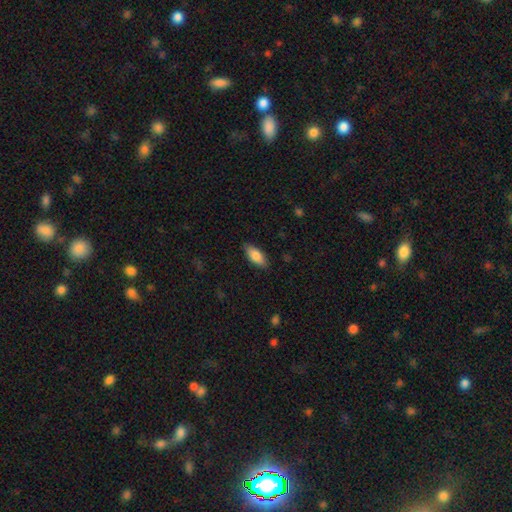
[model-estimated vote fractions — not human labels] Smooth or featured? smooth (84%)
How rounded? in between (83%)
Merging? none (87%)